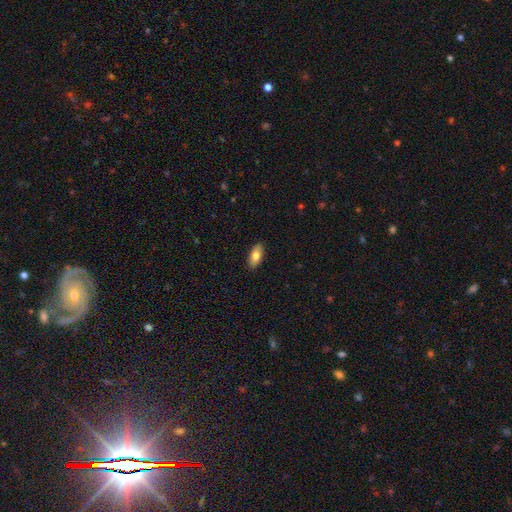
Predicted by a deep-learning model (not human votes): Smooth or featured?
  - smooth: 81% *
  - featured or disk: 13%
  - star or artifact: 6%
How rounded?
  - in between: 89% *
  - cigar-shaped: 8%
  - round: 3%
Merging?
  - none: 89% *
  - minor disturbance: 8%
  - major disturbance: 2%
  - merger: 1%